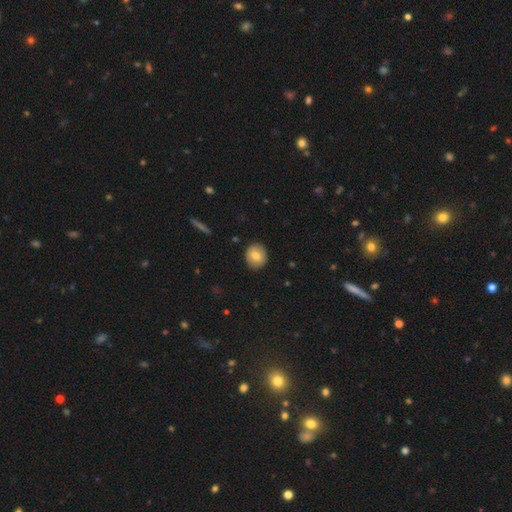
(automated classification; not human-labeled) Overall: smooth (77%). How rounded: round (83%). Merging: none (89%).